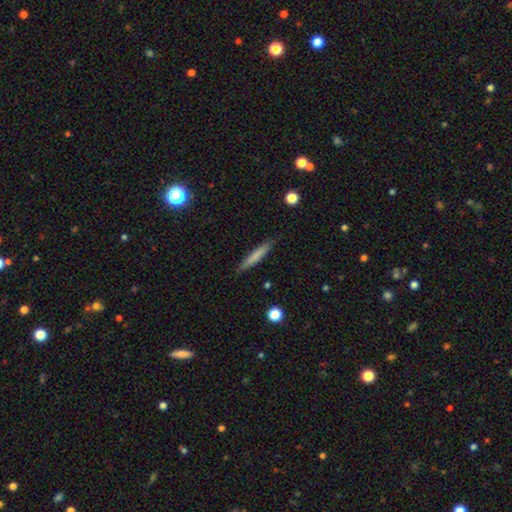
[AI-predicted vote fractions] Q: Smooth or featured?
A: smooth (71%); runner-up: featured or disk (23%)
Q: How rounded?
A: cigar-shaped (94%); runner-up: in between (5%)
Q: Merging?
A: none (88%); runner-up: minor disturbance (8%)